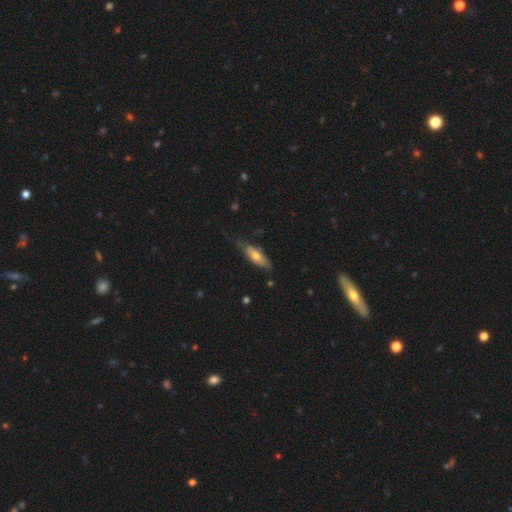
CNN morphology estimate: This appears to be a smooth galaxy with no disk features (54%) that is in between round and cigar-shaped (49%). Merging: none (66%).